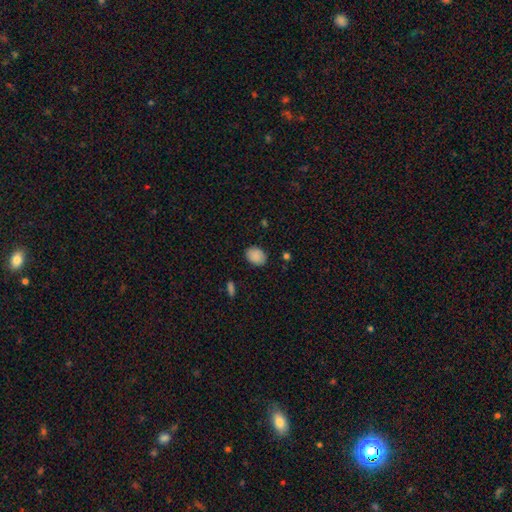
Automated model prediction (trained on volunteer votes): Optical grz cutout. It shows a smooth galaxy with no disk features (89%) that is in between round and cigar-shaped (66%). Merging: none (85%).